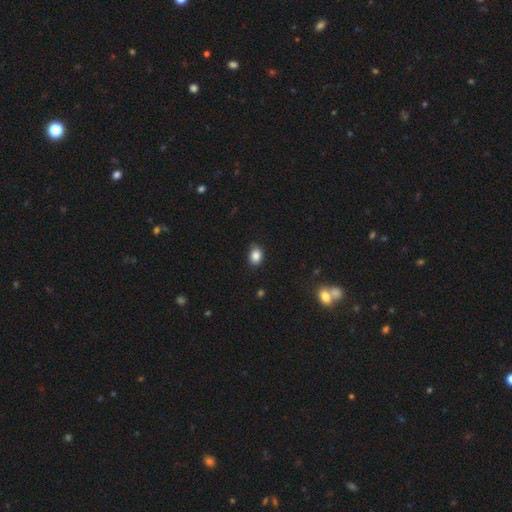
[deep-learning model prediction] Smooth or featured?
  - smooth: 86% *
  - star or artifact: 10%
  - featured or disk: 5%
How rounded?
  - in between: 65% *
  - round: 34%
  - cigar-shaped: 1%
Merging?
  - none: 79% *
  - minor disturbance: 17%
  - major disturbance: 3%
  - merger: 1%